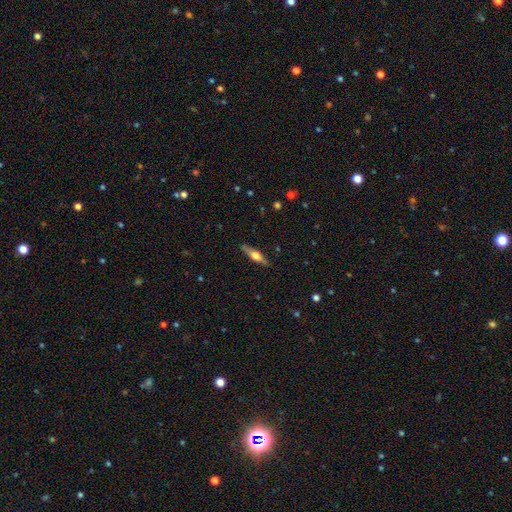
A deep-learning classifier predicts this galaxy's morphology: This appears to be a featured or disk galaxy (63%) viewed edge-on (96%) with a rounded central bulge (91%). Merging: none (89%).